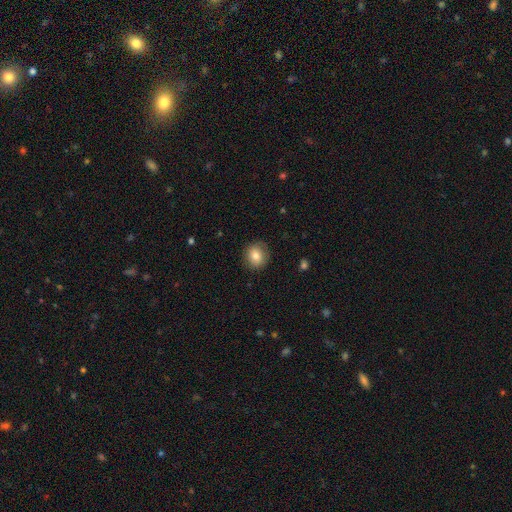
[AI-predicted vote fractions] A smooth galaxy with no disk features (81%) that is round (80%).

Vote fractions:
- Smooth or featured? smooth: 81% / featured or disk: 10% / star or artifact: 9%
- How rounded? round: 80% / in between: 19% / cigar-shaped: 1%
- Merging? none: 86% / minor disturbance: 10% / major disturbance: 3% / merger: 1%